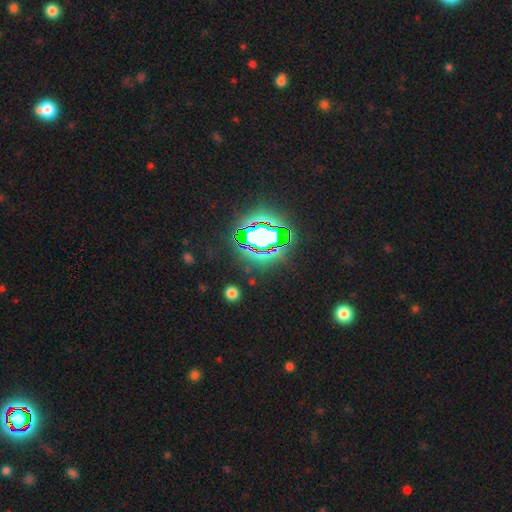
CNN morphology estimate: Q: Smooth or featured?
A: star or artifact (83%); runner-up: smooth (11%)